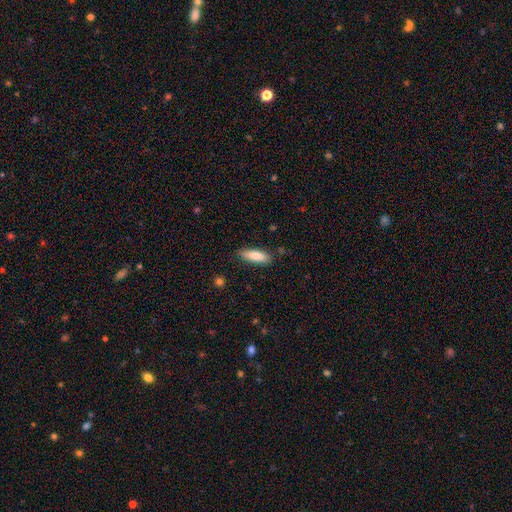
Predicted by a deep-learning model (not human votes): Overall: smooth (82%). How rounded: in between (57%; cigar-shaped 41%). Merging: none (83%).